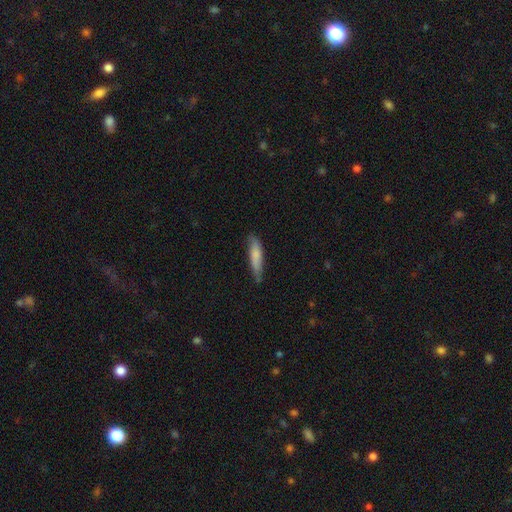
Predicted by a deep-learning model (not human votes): smooth-or-featured: smooth: 76% | featured or disk: 18% | star or artifact: 6%
  how-rounded: cigar-shaped: 77% | in between: 21% | round: 1%
  merging: none: 67% | minor disturbance: 27% | major disturbance: 4% | merger: 2%